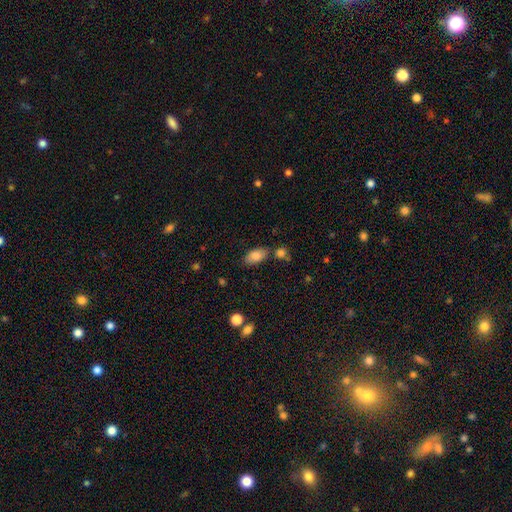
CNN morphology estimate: Q: Smooth or featured?
A: smooth (83%); runner-up: featured or disk (9%)
Q: How rounded?
A: in between (92%); runner-up: round (5%)
Q: Merging?
A: none (73%); runner-up: minor disturbance (14%)